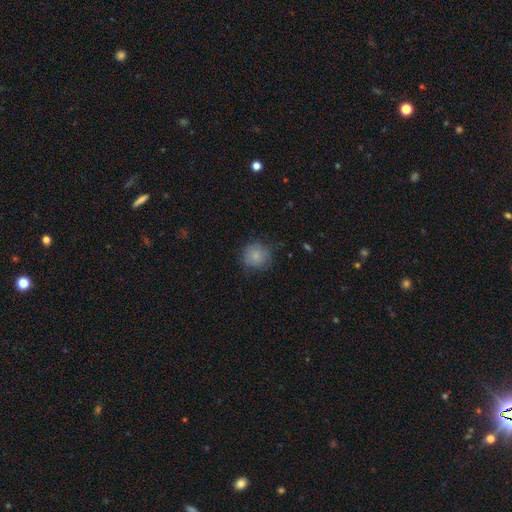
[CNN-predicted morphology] Smooth or featured?
  - smooth: 82% *
  - featured or disk: 10%
  - star or artifact: 8%
How rounded?
  - round: 91% *
  - in between: 8%
  - cigar-shaped: 1%
Merging?
  - none: 75% *
  - minor disturbance: 19%
  - major disturbance: 5%
  - merger: 1%